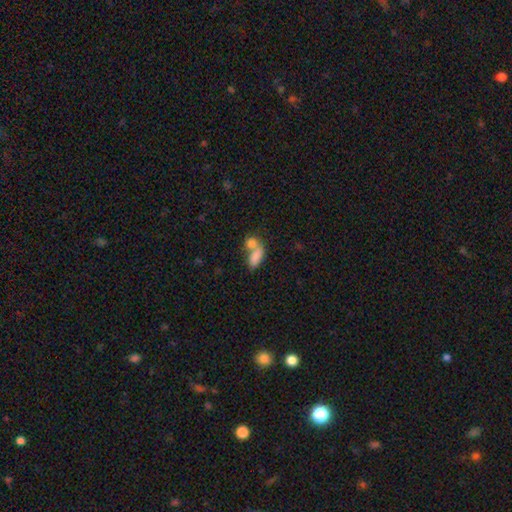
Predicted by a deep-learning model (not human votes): Smooth or featured? smooth (80%)
How rounded? in between (83%)
Merging? merger (62%)